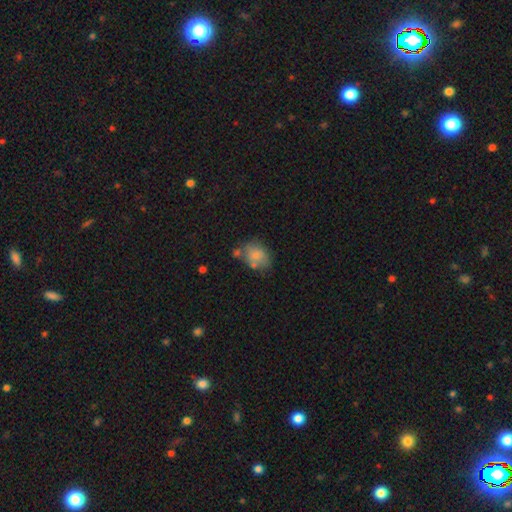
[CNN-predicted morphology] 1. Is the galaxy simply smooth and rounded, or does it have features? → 72% smooth, 18% featured or disk, 9% star or artifact.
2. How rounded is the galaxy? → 67% in between, 32% round, 1% cigar-shaped.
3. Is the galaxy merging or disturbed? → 47% none, 25% minor disturbance, 18% merger, 11% major disturbance.